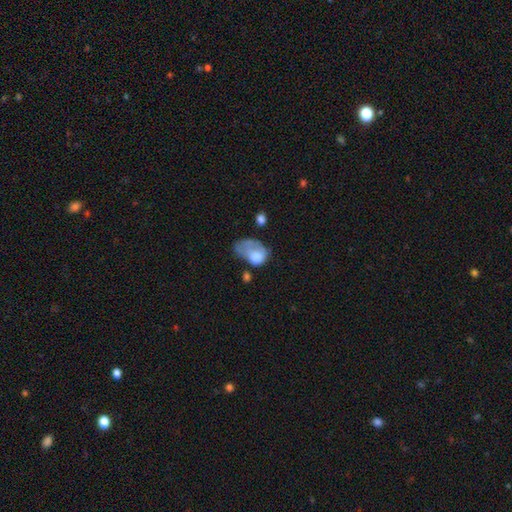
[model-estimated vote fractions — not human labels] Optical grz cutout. It shows a smooth galaxy with no disk features (66%) that is in between round and cigar-shaped (80%). Merging: major disturbance (45%).